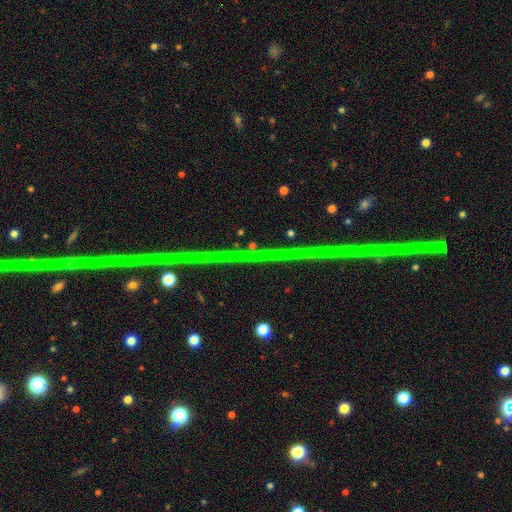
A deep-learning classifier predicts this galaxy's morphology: Smooth or featured? Predicted: star or artifact (p=0.76).